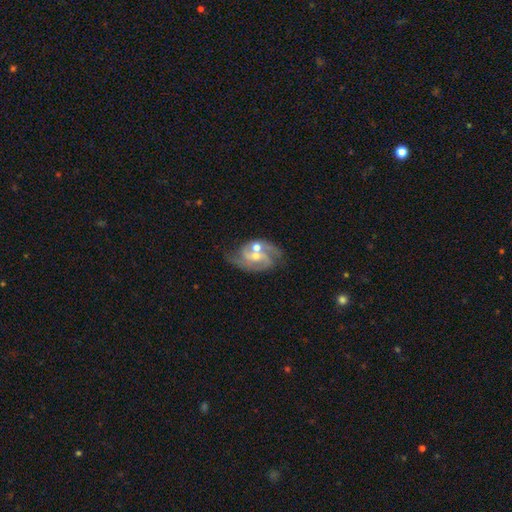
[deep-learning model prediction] featured or disk 85%, smooth 8%, star or artifact 6%. Down the decision tree: edge-on disk — no (97%); bar — no (43%, tied with weak); spiral arms — yes (96%); spiral arm count — 2 (70%); spiral winding — medium (55%); bulge size — moderate (50%); merging — none (53%).